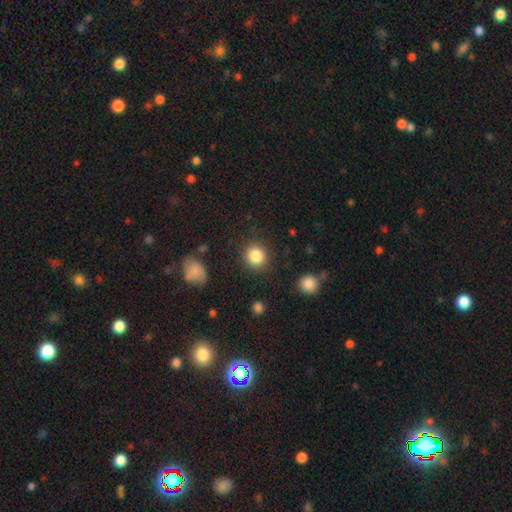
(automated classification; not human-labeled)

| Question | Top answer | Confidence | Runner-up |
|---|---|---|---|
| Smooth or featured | smooth | 85% | star or artifact (10%) |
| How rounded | round | 88% | in between (11%) |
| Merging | none | 88% | minor disturbance (7%) |